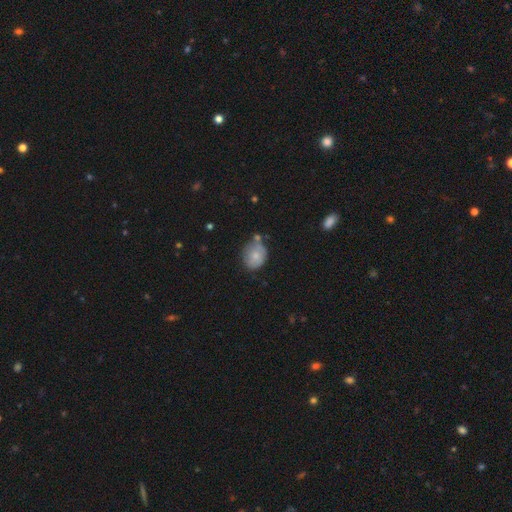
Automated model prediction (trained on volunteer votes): Overall: smooth (75%). How rounded: in between (50%; round 49%). Merging: none (51%; minor disturbance 30%).